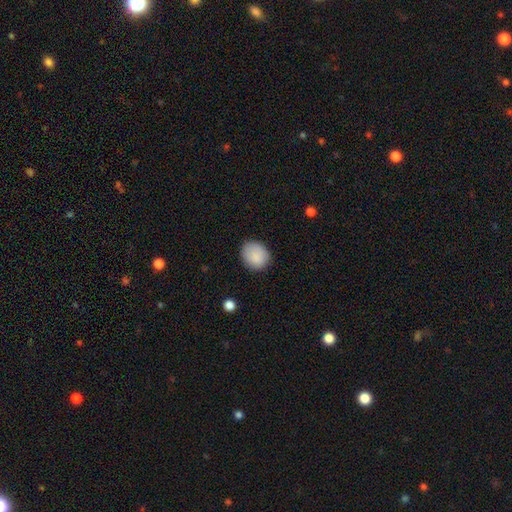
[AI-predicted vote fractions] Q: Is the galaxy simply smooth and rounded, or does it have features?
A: smooth — 88%.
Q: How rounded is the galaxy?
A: round — 65%.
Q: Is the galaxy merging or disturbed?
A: none — 82%.